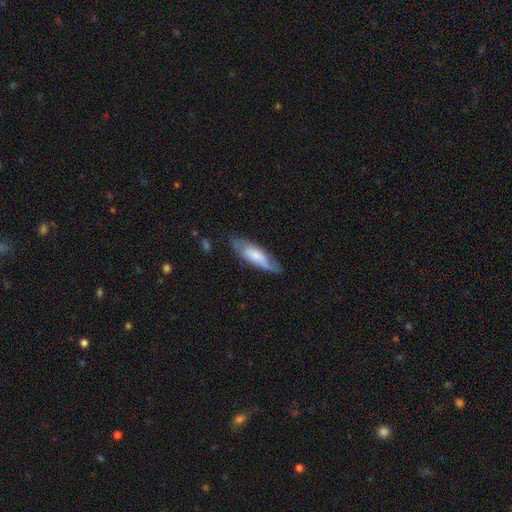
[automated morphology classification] A smooth galaxy with no disk features (55%) that is in between round and cigar-shaped (57%).

Vote fractions:
- Smooth or featured? smooth: 55% / featured or disk: 39% / star or artifact: 6%
- How rounded? in between: 57% / cigar-shaped: 41% / round: 2%
- Merging? none: 68% / minor disturbance: 23% / major disturbance: 7% / merger: 2%